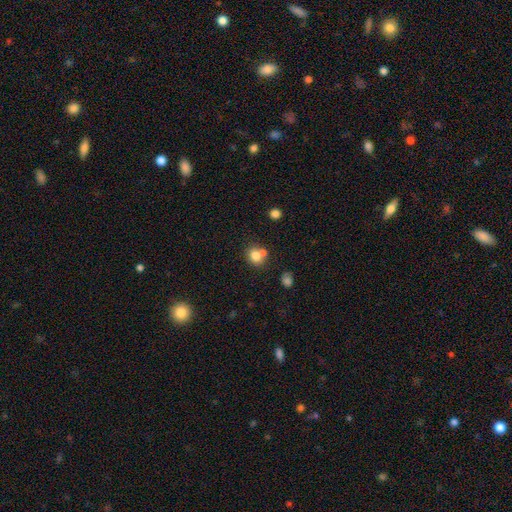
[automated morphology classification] smooth 78%, star or artifact 12%, featured or disk 11%. Down the decision tree: how rounded — round (62%); merging — none (51%).